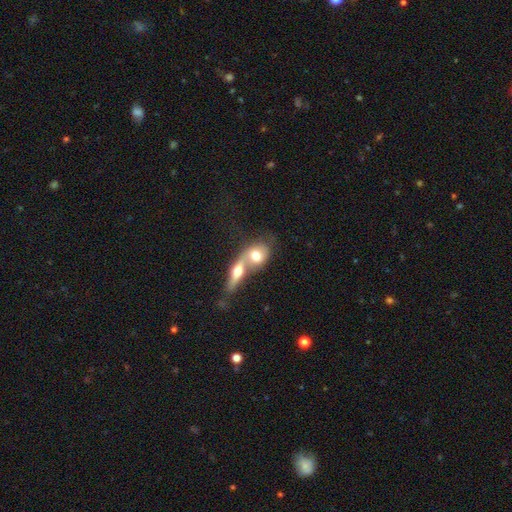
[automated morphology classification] smooth-or-featured: smooth: 60% | featured or disk: 34% | star or artifact: 7%
  how-rounded: in between: 57% | round: 33% | cigar-shaped: 10%
  merging: merger: 72% | none: 18% | minor disturbance: 6% | major disturbance: 4%